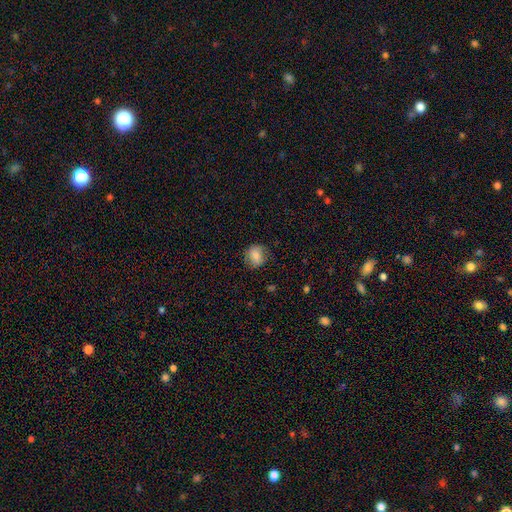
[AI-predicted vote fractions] Smooth or featured: smooth — 72% (featured or disk — 18%)
How rounded: round — 75% (in between — 24%)
Merging: none — 76% (minor disturbance — 18%)